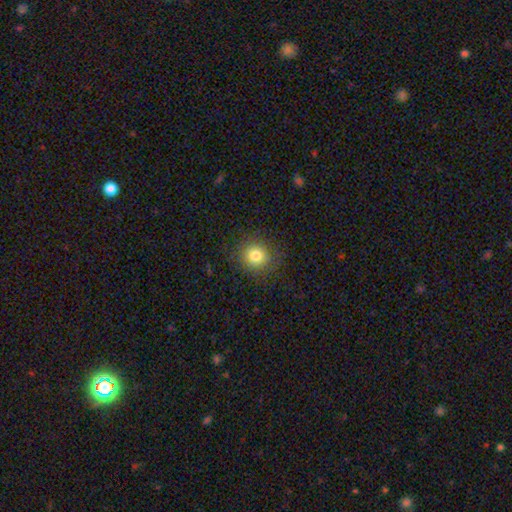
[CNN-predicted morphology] smooth-or-featured: smooth: 81% | star or artifact: 12% | featured or disk: 7%
  how-rounded: round: 87% | in between: 12% | cigar-shaped: 1%
  merging: none: 87% | minor disturbance: 8% | major disturbance: 3% | merger: 1%